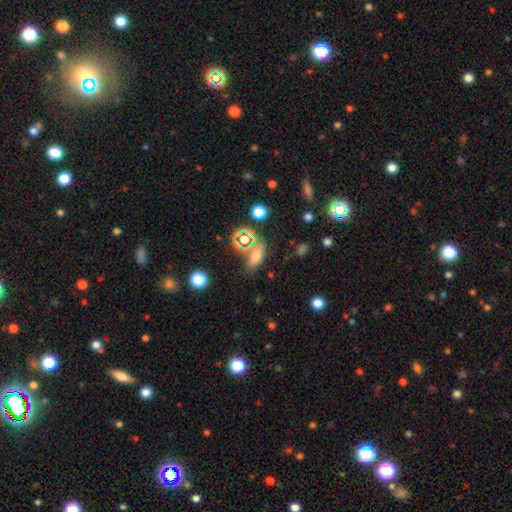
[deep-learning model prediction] This is likely a smooth galaxy (62%). How rounded: likely in between (67%). Merging: likely none (68%).